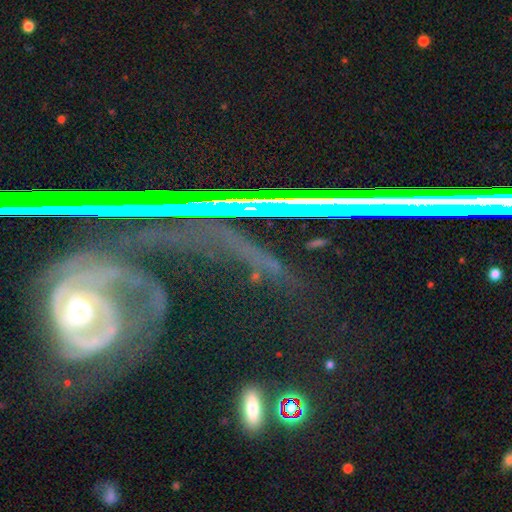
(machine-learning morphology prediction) featured or disk 49%, star or artifact 35%, smooth 16%. Down the decision tree: merging — none (68%).